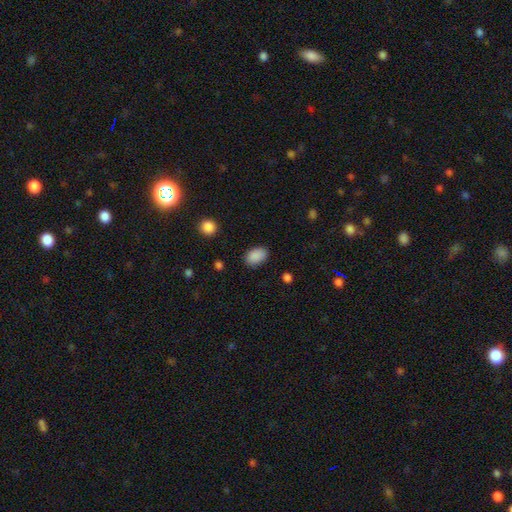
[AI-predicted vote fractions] The model was most divided on "merging": none: 85%, minor disturbance: 11%, major disturbance: 3%, merger: 1%. More confident: smooth or featured — smooth (89%); how rounded — in between (88%).